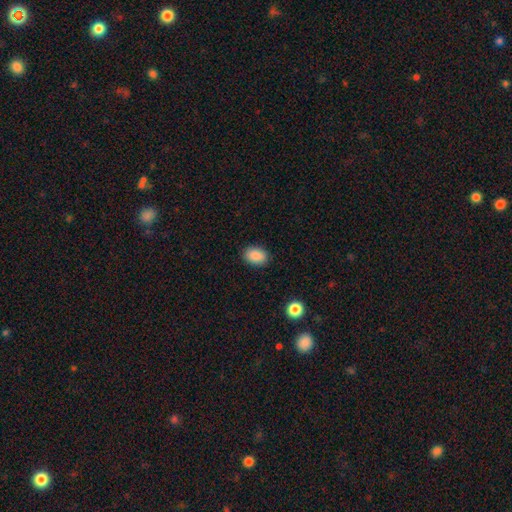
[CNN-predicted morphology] Overall: smooth (89%). How rounded: in between (82%). Merging: none (88%).